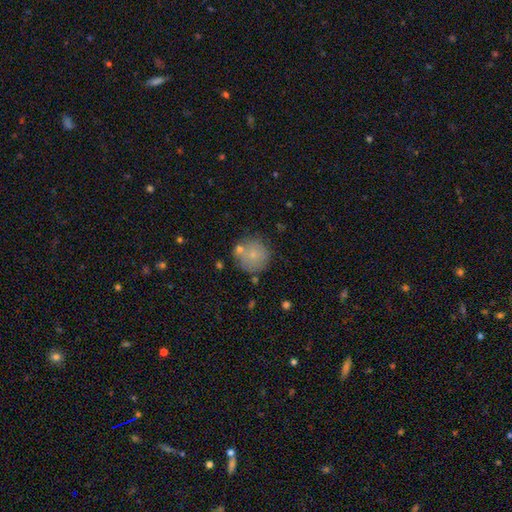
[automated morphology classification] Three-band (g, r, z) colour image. It shows a smooth galaxy with no disk features (75%) that is round (94%). Merging: none (71%).